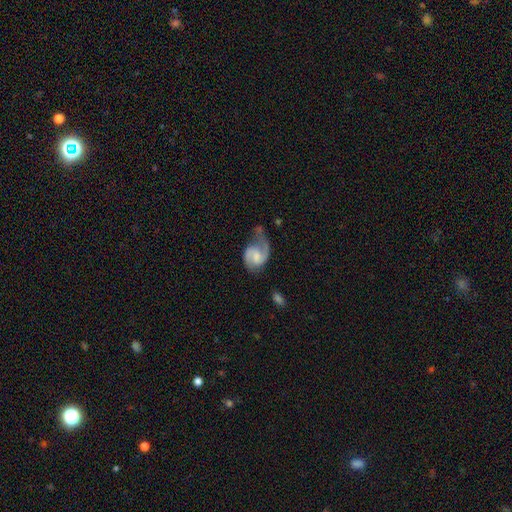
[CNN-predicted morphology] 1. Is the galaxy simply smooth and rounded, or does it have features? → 78% featured or disk, 16% smooth, 6% star or artifact.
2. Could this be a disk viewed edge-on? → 98% no, 2% yes.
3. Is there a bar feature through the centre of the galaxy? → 50% weak, 37% no, 13% strong.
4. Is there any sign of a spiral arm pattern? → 95% yes, 5% no.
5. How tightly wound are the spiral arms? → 50% medium, 31% loose, 19% tight.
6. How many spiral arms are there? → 77% 2, 16% 1, 4% can't tell, 1% 3, 1% 4, 1% more than 4.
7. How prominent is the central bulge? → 36% small, 33% moderate, 23% none, 6% large, 1% dominant.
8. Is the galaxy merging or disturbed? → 42% none, 27% minor disturbance, 23% major disturbance, 8% merger.